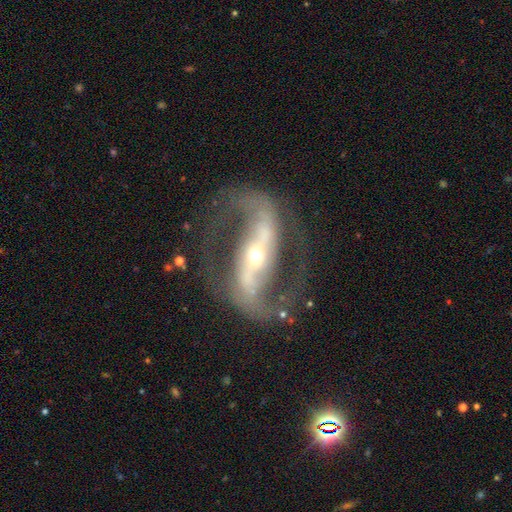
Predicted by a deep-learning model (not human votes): Smooth or featured? Predicted: featured or disk (p=0.92). Edge-on disk? Predicted: no (p=0.96). Bar? Predicted: strong (p=0.70). Spiral arms? Predicted: yes (p=0.95). Spiral winding? Predicted: medium (p=0.54). Spiral arm count? Predicted: 2 (p=0.94). Bulge size? Predicted: moderate (p=0.54). Merging? Predicted: none (p=0.77).